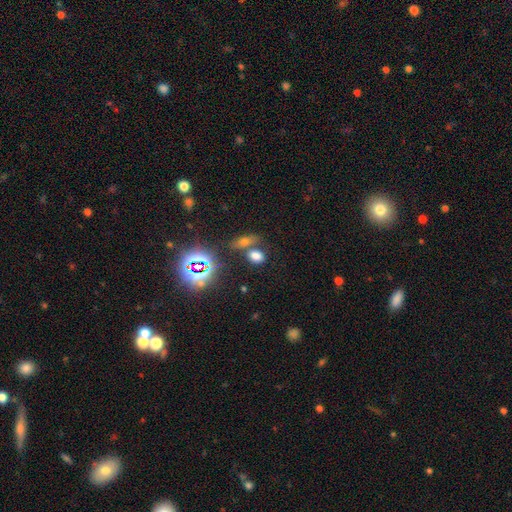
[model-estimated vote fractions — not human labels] Morphology: type=smooth (66%); roundness=in between (68%); merging=none (63%).